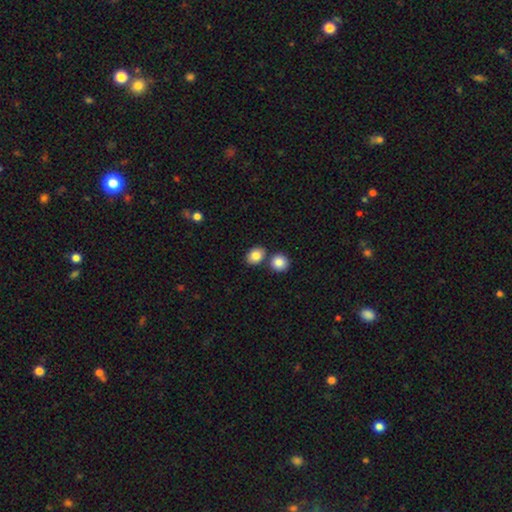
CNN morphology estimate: Smooth or featured?
  - smooth: 84% *
  - star or artifact: 8%
  - featured or disk: 8%
How rounded?
  - in between: 60% *
  - round: 39%
  - cigar-shaped: 1%
Merging?
  - none: 66% *
  - merger: 22%
  - minor disturbance: 10%
  - major disturbance: 2%